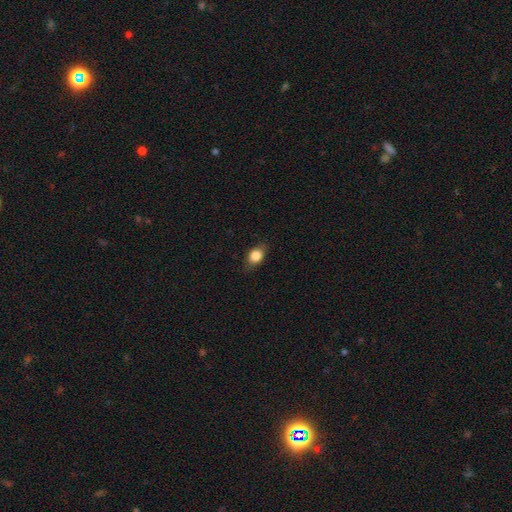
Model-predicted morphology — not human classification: type=smooth (81%); roundness=in between (68%); merging=none (80%).